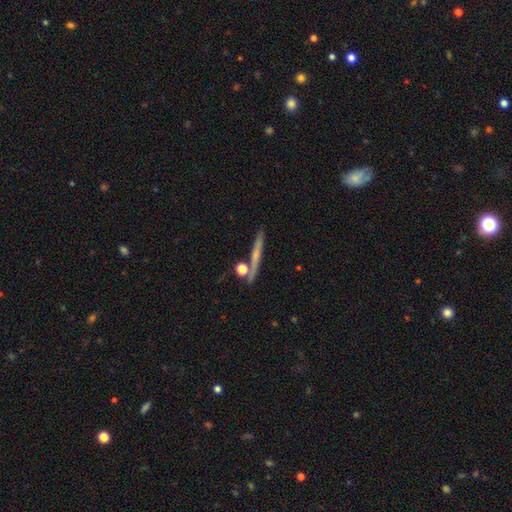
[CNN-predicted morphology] Q: Smooth or featured?
A: featured or disk (49%); runner-up: smooth (42%)
Q: Merging?
A: none (79%); runner-up: minor disturbance (9%)